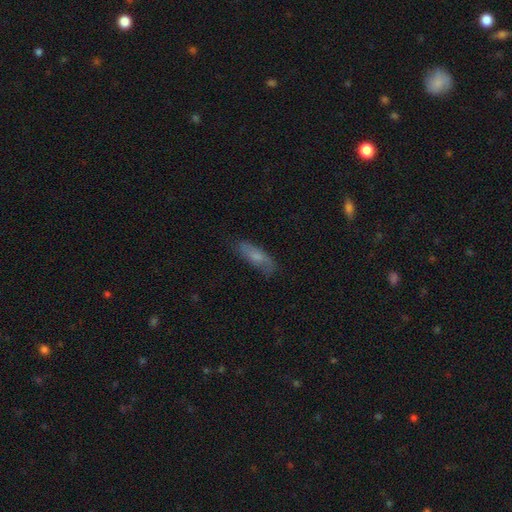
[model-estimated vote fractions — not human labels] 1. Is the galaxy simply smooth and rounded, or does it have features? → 55% smooth, 37% featured or disk, 8% star or artifact.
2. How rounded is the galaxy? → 52% in between, 45% cigar-shaped, 2% round.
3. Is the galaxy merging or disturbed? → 71% none, 21% minor disturbance, 6% major disturbance, 2% merger.